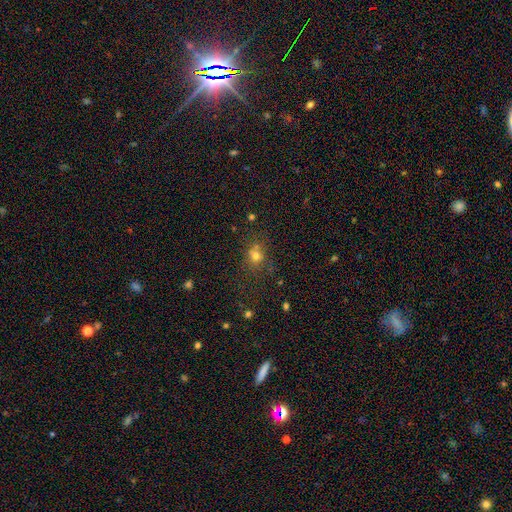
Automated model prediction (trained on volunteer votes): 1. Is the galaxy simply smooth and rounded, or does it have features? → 65% smooth, 24% star or artifact, 11% featured or disk.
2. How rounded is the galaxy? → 75% round, 24% in between, 1% cigar-shaped.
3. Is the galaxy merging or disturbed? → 61% none, 19% merger, 14% minor disturbance, 6% major disturbance.